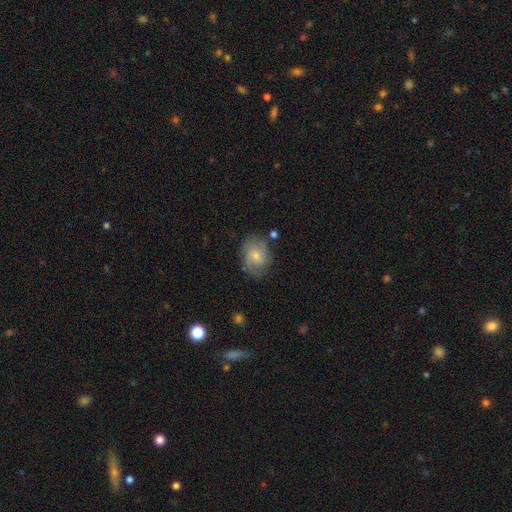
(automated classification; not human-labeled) Smooth or featured? smooth (54%)
How rounded? in between (57%)
Merging? none (64%)